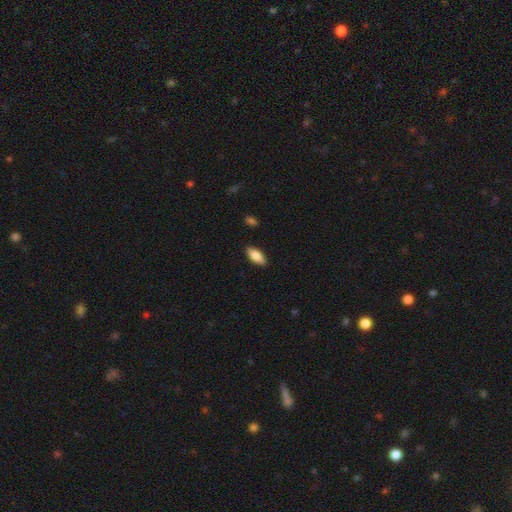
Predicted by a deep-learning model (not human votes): Smooth or featured: smooth — 79% (featured or disk — 15%)
How rounded: in between — 83% (cigar-shaped — 15%)
Merging: none — 88% (minor disturbance — 9%)